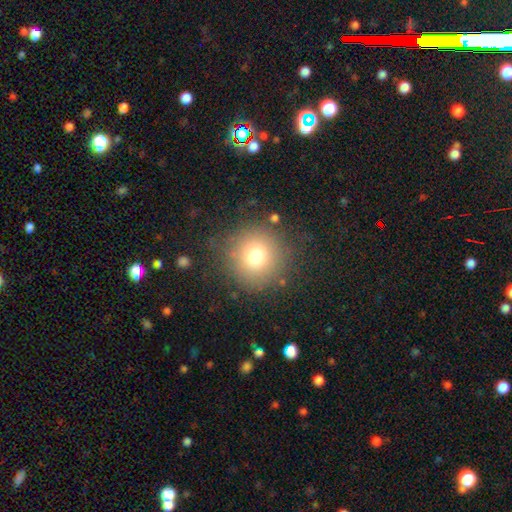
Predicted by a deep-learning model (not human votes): smooth 74%, star or artifact 15%, featured or disk 12%. Down the decision tree: how rounded — round (95%); merging — none (83%).